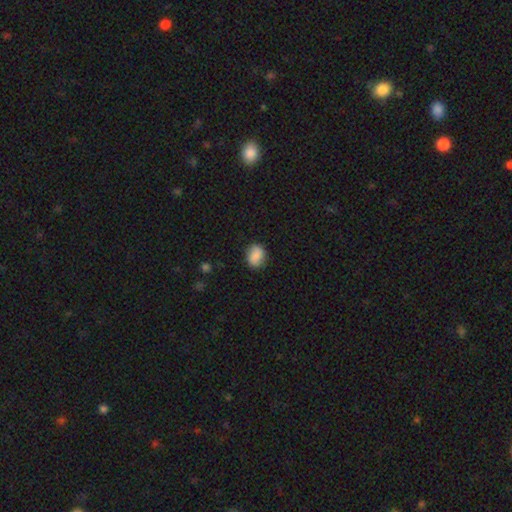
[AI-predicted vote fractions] smooth-or-featured: smooth: 87% | star or artifact: 8% | featured or disk: 6%
  how-rounded: in between: 58% | round: 41% | cigar-shaped: 1%
  merging: none: 82% | minor disturbance: 14% | major disturbance: 3% | merger: 1%